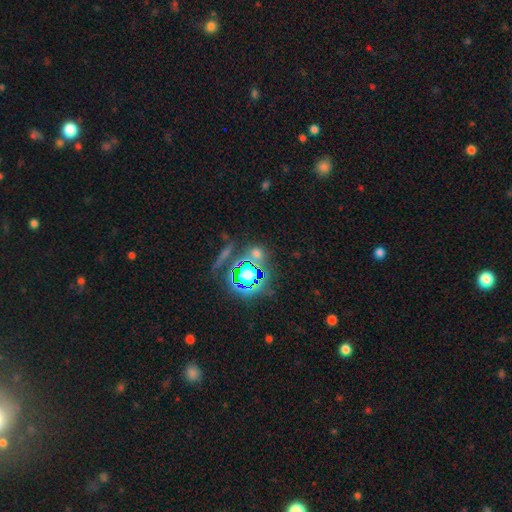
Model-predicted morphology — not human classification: This is likely a star or artifact rather than a galaxy (70%).